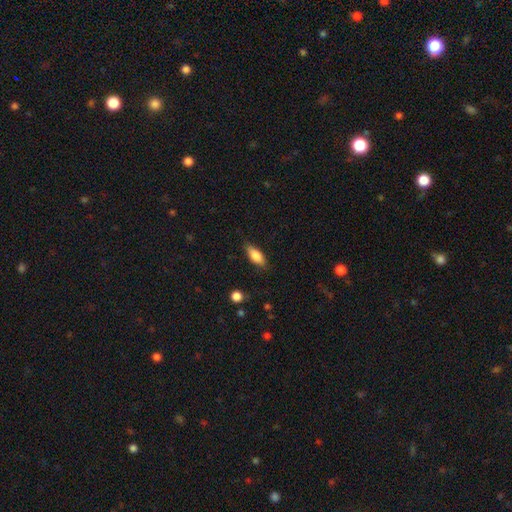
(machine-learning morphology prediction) Smooth or featured? smooth (79%)
How rounded? in between (77%)
Merging? none (81%)